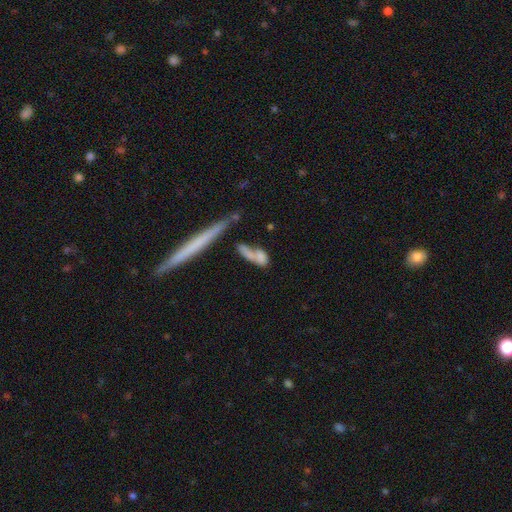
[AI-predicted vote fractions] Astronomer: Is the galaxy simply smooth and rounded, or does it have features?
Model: smooth — 63%.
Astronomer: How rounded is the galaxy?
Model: cigar-shaped — 49% (runner-up: in between, 43%).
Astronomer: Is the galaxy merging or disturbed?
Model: none — 36% (runner-up: merger, 33%).